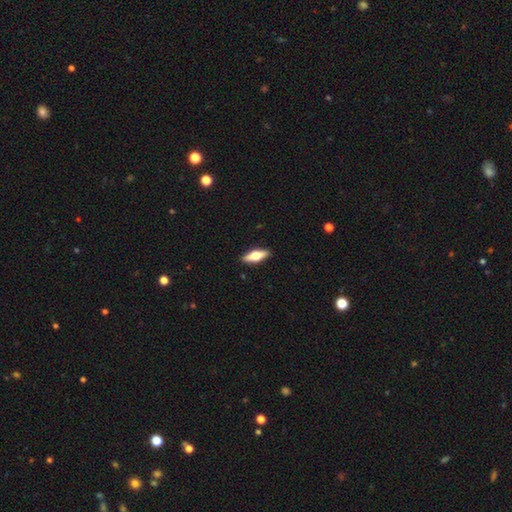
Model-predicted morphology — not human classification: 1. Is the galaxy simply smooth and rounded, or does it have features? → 47% smooth (tied), 47% featured or disk (tied), 6% star or artifact.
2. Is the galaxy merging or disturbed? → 91% none, 7% minor disturbance, 2% major disturbance, 1% merger.